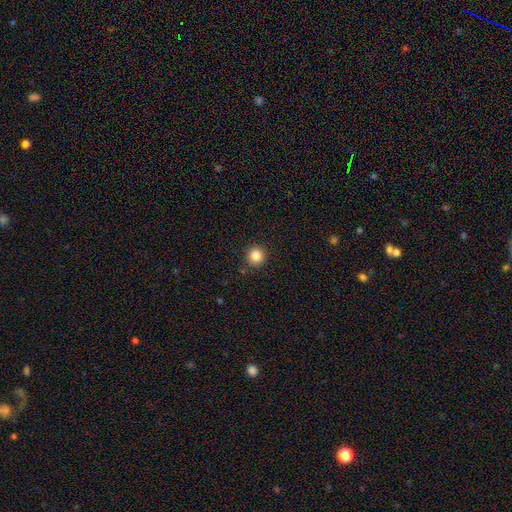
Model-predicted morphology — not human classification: Smooth or featured?
  - smooth: 85% *
  - star or artifact: 11%
  - featured or disk: 4%
How rounded?
  - round: 94% *
  - in between: 5%
  - cigar-shaped: 1%
Merging?
  - none: 90% *
  - minor disturbance: 6%
  - major disturbance: 2%
  - merger: 2%